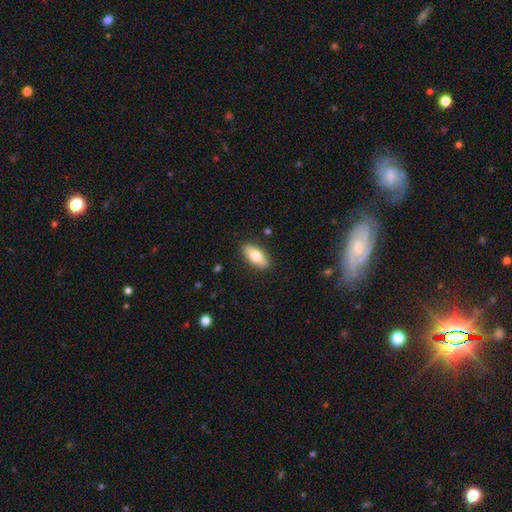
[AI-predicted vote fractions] Morphology: type=smooth (71%); roundness=in between (81%); merging=none (88%).